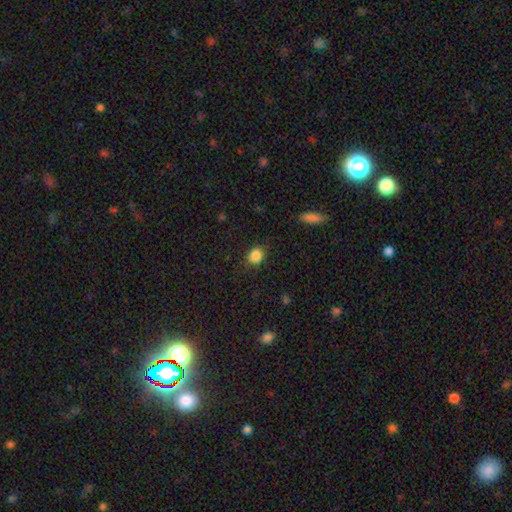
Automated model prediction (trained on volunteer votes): smooth-or-featured: smooth: 85% | star or artifact: 10% | featured or disk: 5%
  how-rounded: round: 65% | in between: 34% | cigar-shaped: 1%
  merging: none: 78% | minor disturbance: 16% | major disturbance: 4% | merger: 1%